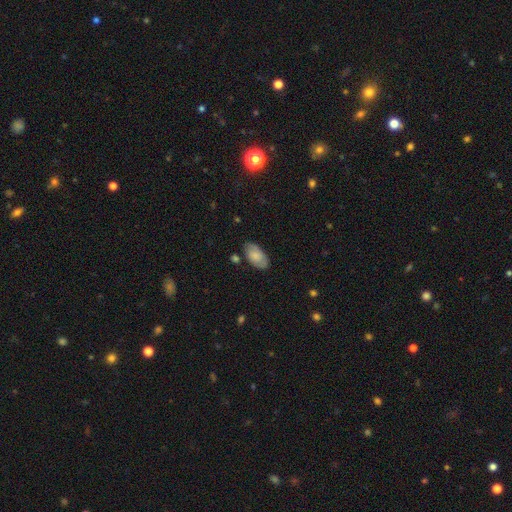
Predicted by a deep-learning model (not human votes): This is likely a smooth galaxy (68%). How rounded: clearly in between (94%). Merging: likely none (76%).